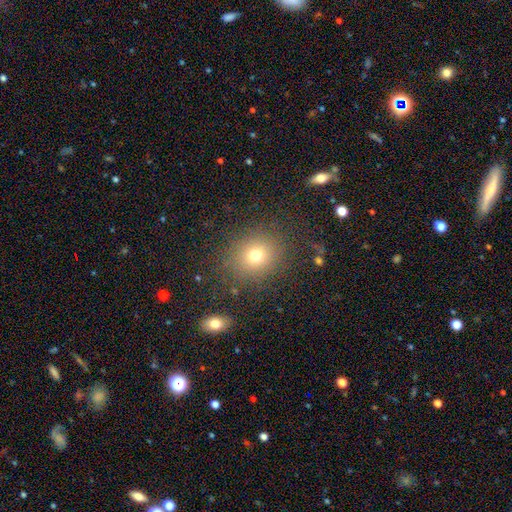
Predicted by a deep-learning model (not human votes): smooth 73%, star or artifact 17%, featured or disk 10%. Down the decision tree: how rounded — round (73%); merging — none (84%).